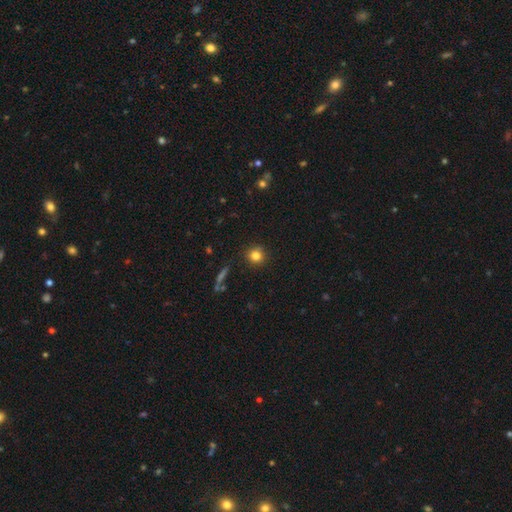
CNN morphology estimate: Q: Smooth or featured?
A: smooth (81%); runner-up: star or artifact (12%)
Q: How rounded?
A: round (90%); runner-up: in between (9%)
Q: Merging?
A: none (89%); runner-up: minor disturbance (8%)